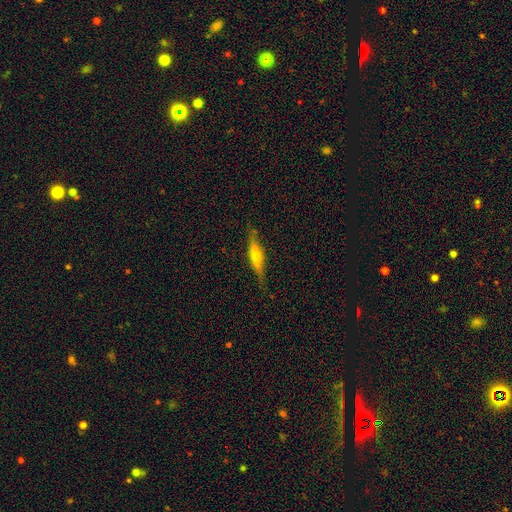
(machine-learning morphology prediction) A featured or disk galaxy (60%) viewed edge-on (95%) with a rounded central bulge (76%).

Vote fractions:
- Smooth or featured? featured or disk: 60% / smooth: 33% / star or artifact: 7%
- Edge-on disk? yes: 95% / no: 5%
- Edge-on bulge? rounded: 76% / none: 13% / boxy: 11%
- Merging? none: 84% / minor disturbance: 12% / major disturbance: 3% / merger: 1%